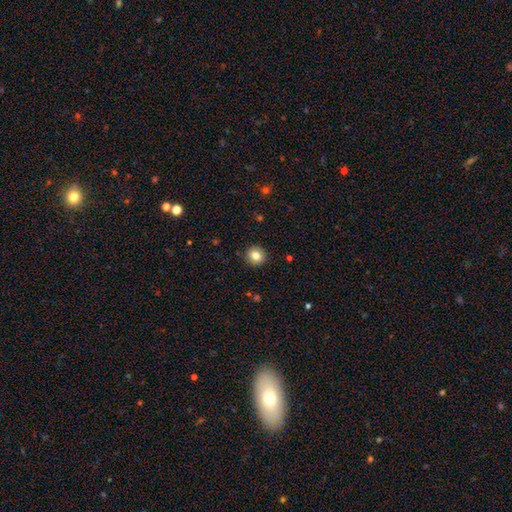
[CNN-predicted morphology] Smooth or featured: smooth — 82% (star or artifact — 10%)
How rounded: round — 92% (in between — 7%)
Merging: none — 92% (minor disturbance — 6%)